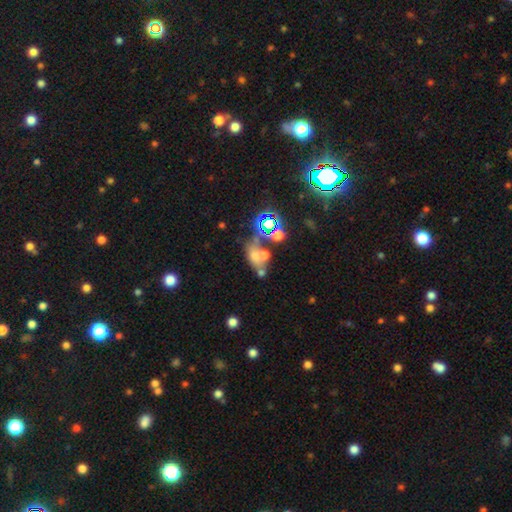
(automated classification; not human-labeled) Morphology: type=smooth (39%); merging=merger (34%, tied with none).